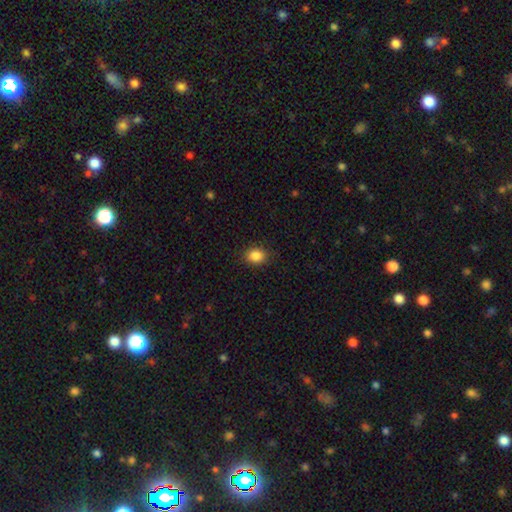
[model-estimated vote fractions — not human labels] smooth 87%, star or artifact 9%, featured or disk 3%. Down the decision tree: how rounded — in between (51%); merging — none (87%).